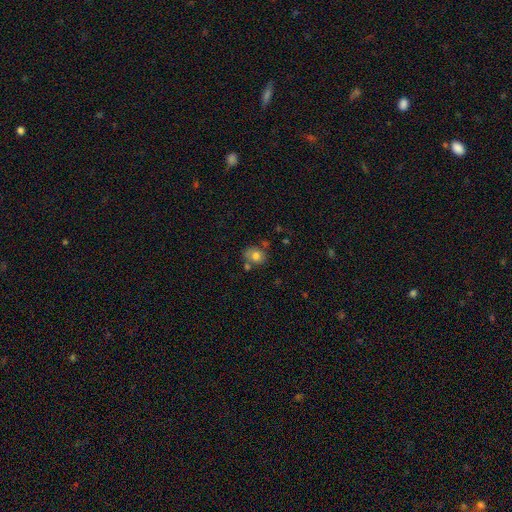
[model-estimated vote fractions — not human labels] Overall: smooth (74%). How rounded: round (57%; in between 42%). Merging: none (57%; minor disturbance 19%).